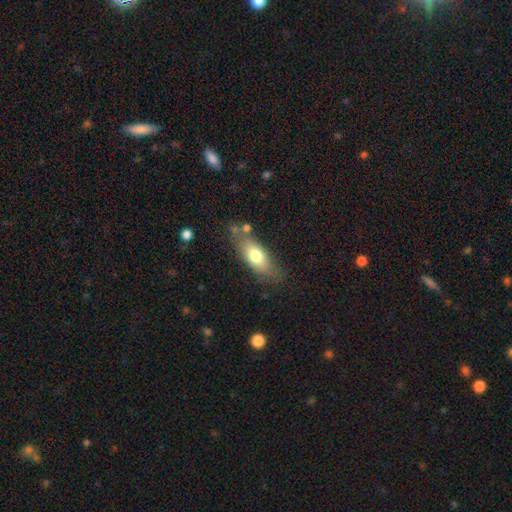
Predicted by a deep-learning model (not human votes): Overall: smooth (69%). How rounded: in between (75%). Merging: none (69%).